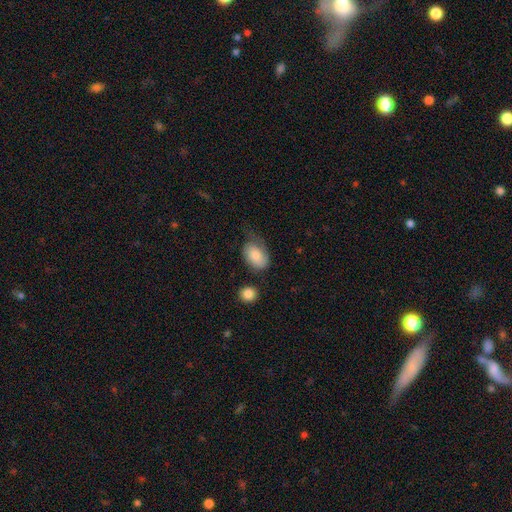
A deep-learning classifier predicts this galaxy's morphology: Smooth or featured? smooth (73%)
How rounded? in between (84%)
Merging? none (42%)